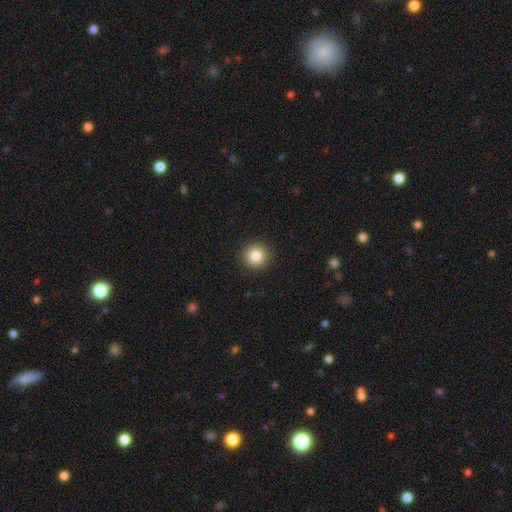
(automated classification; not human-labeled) Smooth or featured?
  - smooth: 84% *
  - star or artifact: 10%
  - featured or disk: 6%
How rounded?
  - round: 94% *
  - in between: 5%
  - cigar-shaped: 1%
Merging?
  - none: 92% *
  - minor disturbance: 5%
  - major disturbance: 2%
  - merger: 1%